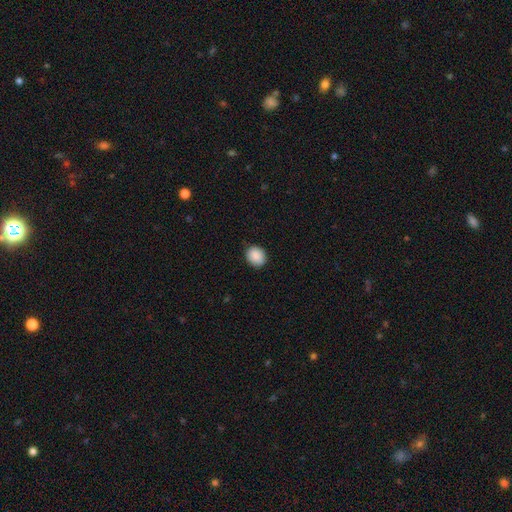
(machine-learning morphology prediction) Smooth or featured: smooth — 90% (star or artifact — 7%)
How rounded: round — 63% (in between — 36%)
Merging: none — 87% (minor disturbance — 10%)